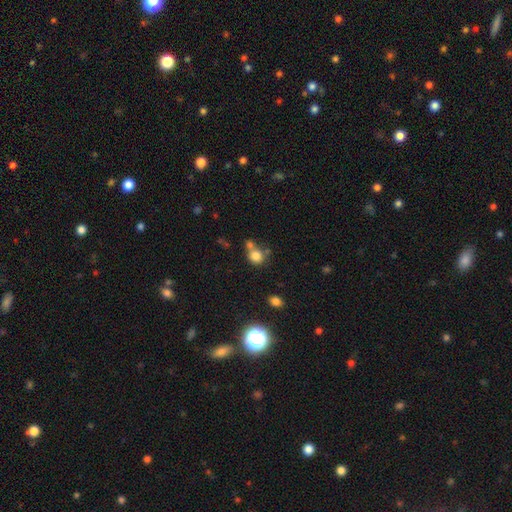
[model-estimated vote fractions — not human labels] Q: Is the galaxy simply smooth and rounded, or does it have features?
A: smooth — 79%.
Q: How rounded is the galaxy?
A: round — 80%.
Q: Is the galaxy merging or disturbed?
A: none — 48%.